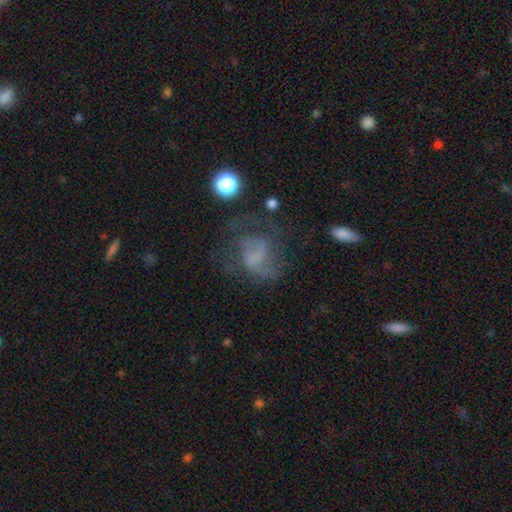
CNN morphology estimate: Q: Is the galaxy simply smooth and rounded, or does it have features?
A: featured or disk — 54%.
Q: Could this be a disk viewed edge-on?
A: no — 97%.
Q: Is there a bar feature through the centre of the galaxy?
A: no — 51%.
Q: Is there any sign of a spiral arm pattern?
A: yes — 58%.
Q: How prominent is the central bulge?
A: none — 66%.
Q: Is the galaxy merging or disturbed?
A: none — 42%.